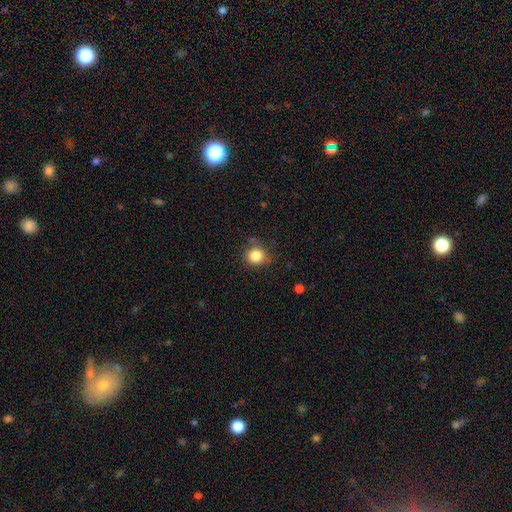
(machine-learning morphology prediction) Smooth or featured? Predicted: smooth (p=0.84). How rounded? Predicted: round (p=0.88). Merging? Predicted: none (p=0.75).